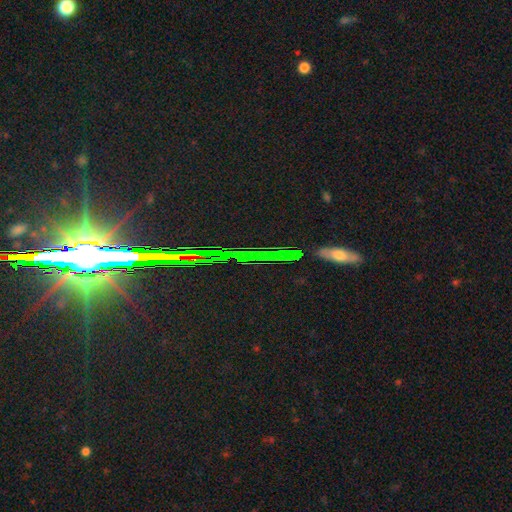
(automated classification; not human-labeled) Q: Smooth or featured?
A: star or artifact (72%); runner-up: featured or disk (17%)